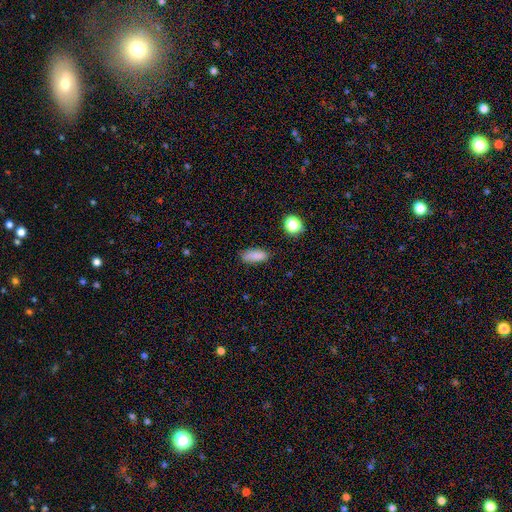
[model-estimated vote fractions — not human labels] Smooth or featured?
  - smooth: 84% *
  - star or artifact: 10%
  - featured or disk: 6%
How rounded?
  - in between: 76% *
  - cigar-shaped: 21%
  - round: 3%
Merging?
  - none: 77% *
  - minor disturbance: 17%
  - major disturbance: 4%
  - merger: 2%